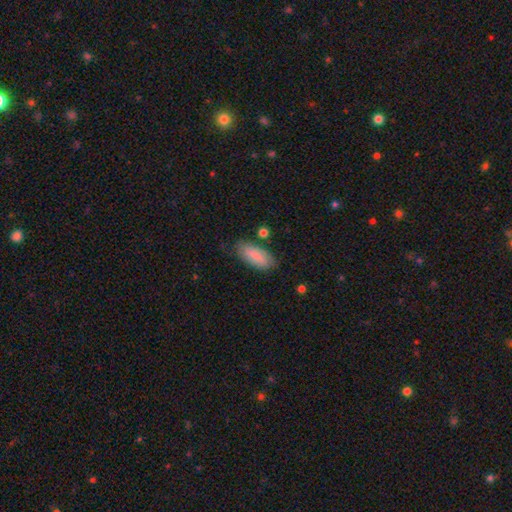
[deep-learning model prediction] Smooth or featured? smooth (82%)
How rounded? in between (80%)
Merging? none (78%)